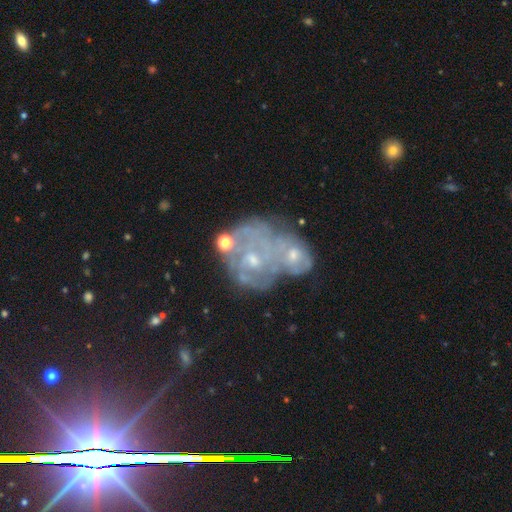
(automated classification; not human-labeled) The model was most divided on "spiral arms": yes: 54%, no: 46%. More confident: edge-on disk — no (97%); bar — no (78%); smooth or featured — featured or disk (66%); merging — merger (55%); bulge size — small (55%).